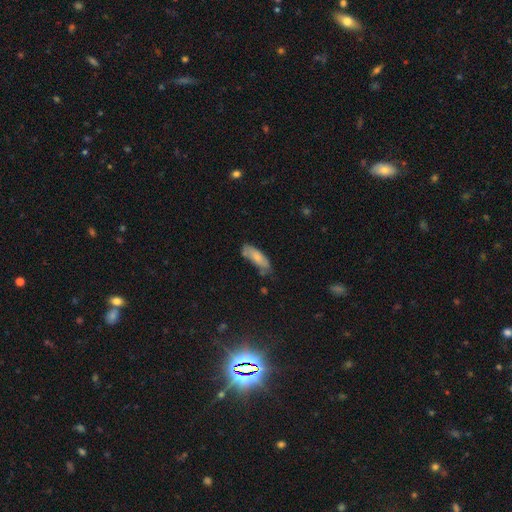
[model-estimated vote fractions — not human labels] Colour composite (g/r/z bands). It shows a smooth galaxy with no disk features (75%) that is in between round and cigar-shaped (64%). Merging: none (57%).